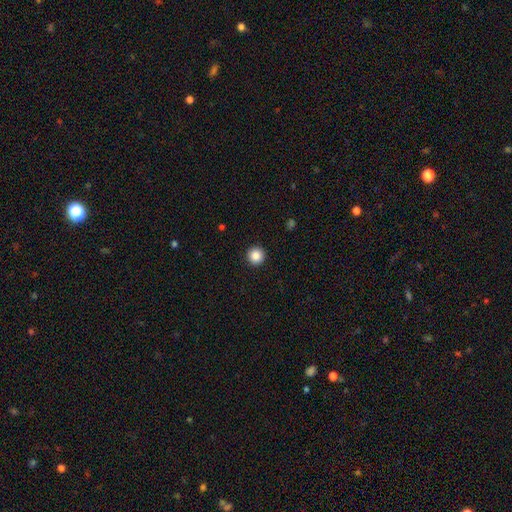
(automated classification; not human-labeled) The model was most divided on "smooth or featured": smooth: 86%, star or artifact: 10%, featured or disk: 4%. More confident: how rounded — round (96%); merging — none (94%).